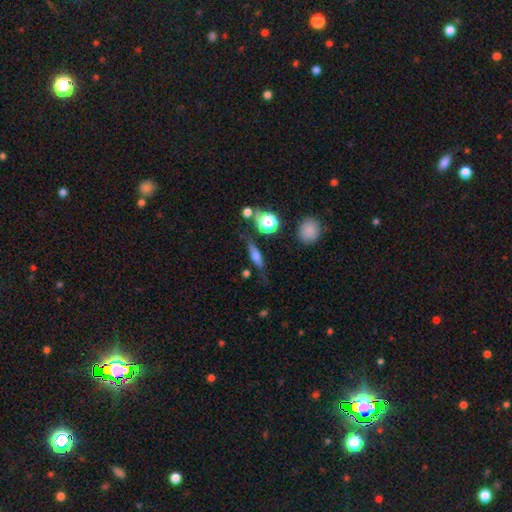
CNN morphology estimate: smooth-or-featured: smooth: 54% | featured or disk: 32% | star or artifact: 14%
  how-rounded: cigar-shaped: 50% | in between: 35% | round: 15%
  merging: none: 69% | minor disturbance: 18% | major disturbance: 8% | merger: 5%